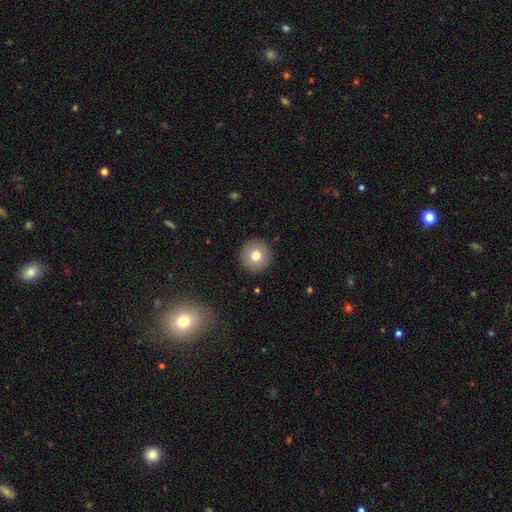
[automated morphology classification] smooth_or_featured: smooth (p=0.76) [alt: featured or disk p=0.14]
how_rounded: round (p=0.95) [alt: in between p=0.04]
merging: none (p=0.92) [alt: minor disturbance p=0.05]